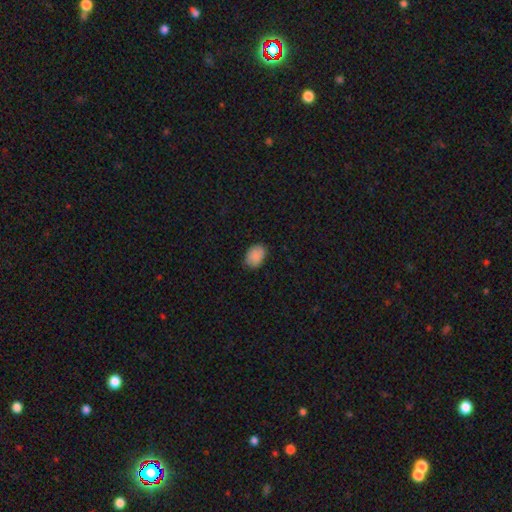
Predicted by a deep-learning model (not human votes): This appears to be a smooth galaxy with no disk features (88%) that is in between round and cigar-shaped (81%). Merging: none (80%).